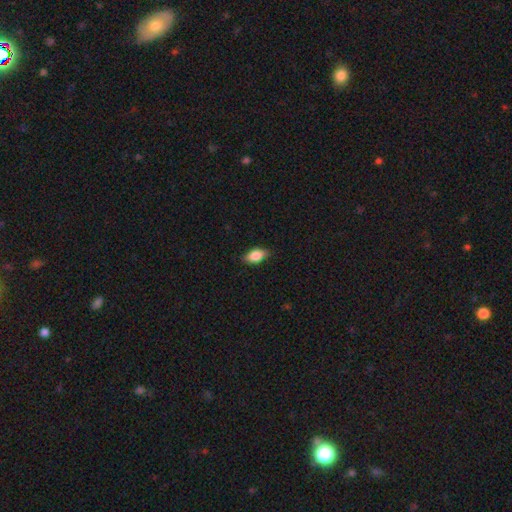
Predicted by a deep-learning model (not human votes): smooth-or-featured: smooth: 84% | featured or disk: 9% | star or artifact: 7%
  how-rounded: in between: 88% | round: 7% | cigar-shaped: 5%
  merging: none: 83% | minor disturbance: 14% | major disturbance: 2% | merger: 1%